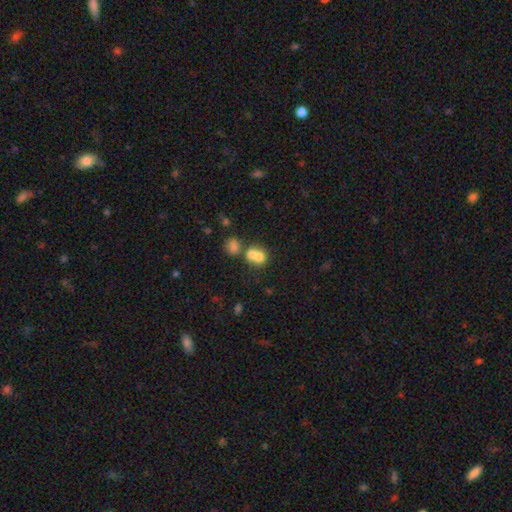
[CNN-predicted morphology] Q: Smooth or featured?
A: smooth (71%); runner-up: featured or disk (18%)
Q: How rounded?
A: round (66%); runner-up: in between (33%)
Q: Merging?
A: merger (64%); runner-up: none (26%)